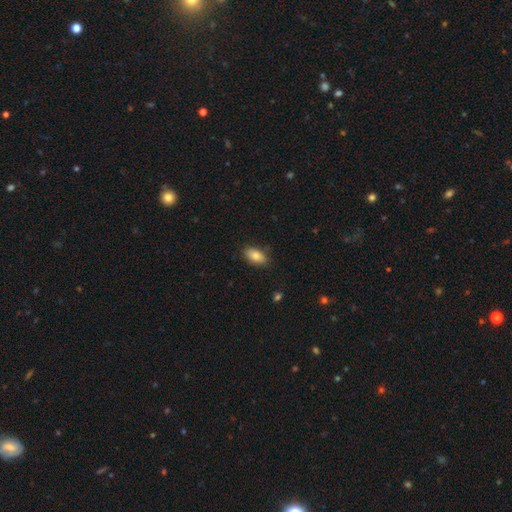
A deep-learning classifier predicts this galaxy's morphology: Overall: smooth (83%). How rounded: in between (91%). Merging: none (83%).